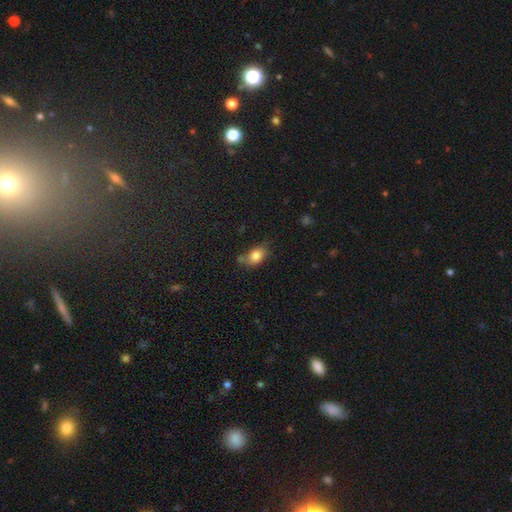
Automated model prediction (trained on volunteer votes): A smooth galaxy with no disk features (81%) that is in between round and cigar-shaped (74%).

Vote fractions:
- Smooth or featured? smooth: 81% / star or artifact: 10% / featured or disk: 9%
- How rounded? in between: 74% / round: 24% / cigar-shaped: 2%
- Merging? none: 57% / minor disturbance: 24% / merger: 13% / major disturbance: 7%